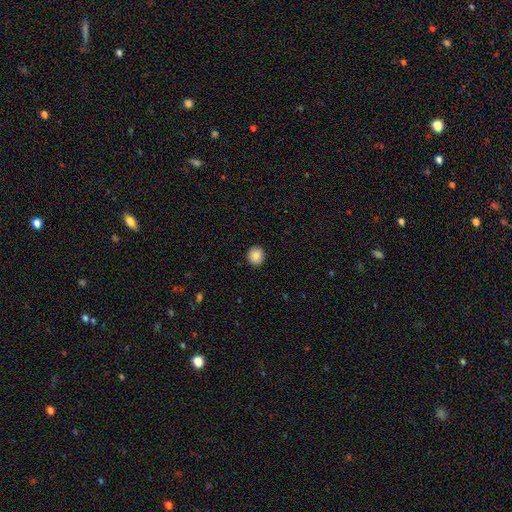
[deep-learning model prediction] Smooth or featured? Predicted: smooth (p=0.88). How rounded? Predicted: round (p=0.85). Merging? Predicted: none (p=0.92).